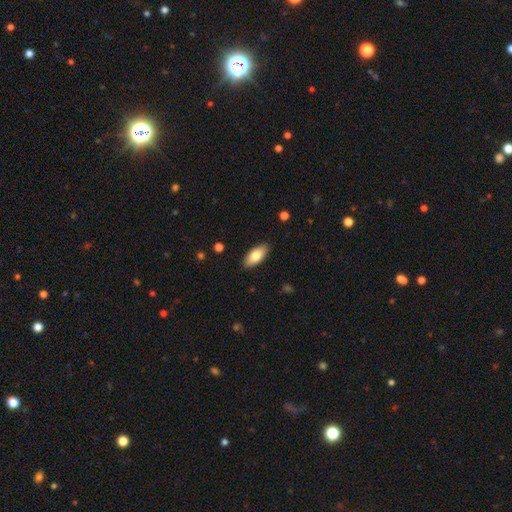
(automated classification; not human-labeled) Overall: smooth (77%). How rounded: in between (87%). Merging: none (89%).